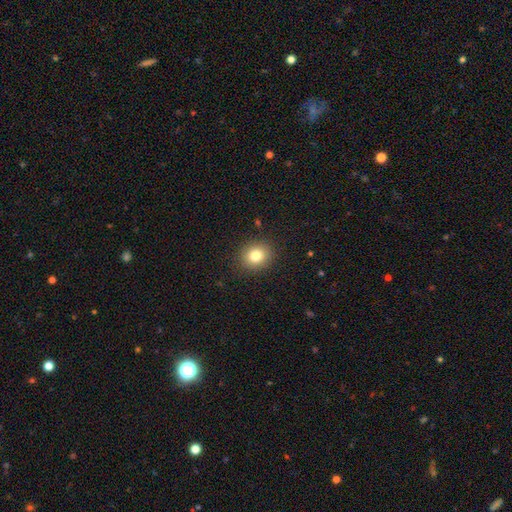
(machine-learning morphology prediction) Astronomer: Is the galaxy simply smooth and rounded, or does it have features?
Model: smooth — 80%.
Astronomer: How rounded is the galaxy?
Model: round — 73%.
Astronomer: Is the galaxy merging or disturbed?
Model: none — 89%.